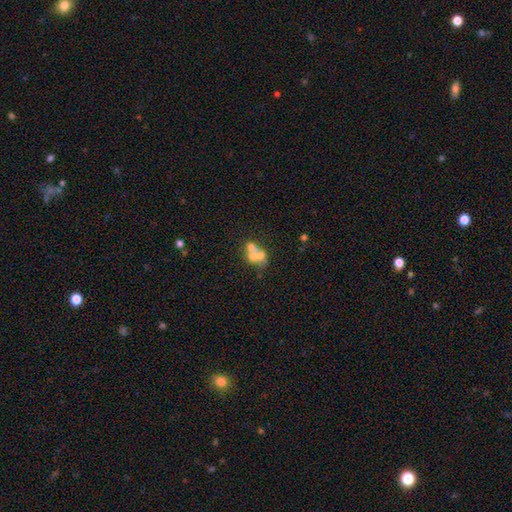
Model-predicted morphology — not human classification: smooth_or_featured: smooth (p=0.48) [alt: featured or disk p=0.37]
merging: merger (p=0.60) [alt: none p=0.28]